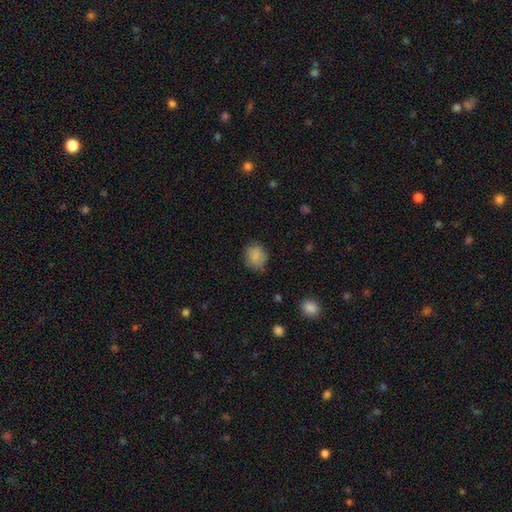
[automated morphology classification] A smooth galaxy with no disk features (85%) that is round (71%).

Vote fractions:
- Smooth or featured? smooth: 85% / star or artifact: 10% / featured or disk: 5%
- How rounded? round: 71% / in between: 28% / cigar-shaped: 1%
- Merging? none: 77% / minor disturbance: 17% / major disturbance: 4% / merger: 2%